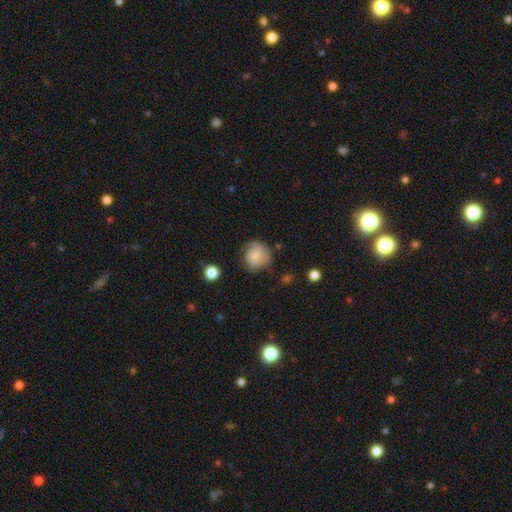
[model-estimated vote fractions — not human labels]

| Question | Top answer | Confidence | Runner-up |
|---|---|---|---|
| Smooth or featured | smooth | 58% | featured or disk (33%) |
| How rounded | round | 82% | in between (17%) |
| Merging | none | 64% | minor disturbance (23%) |